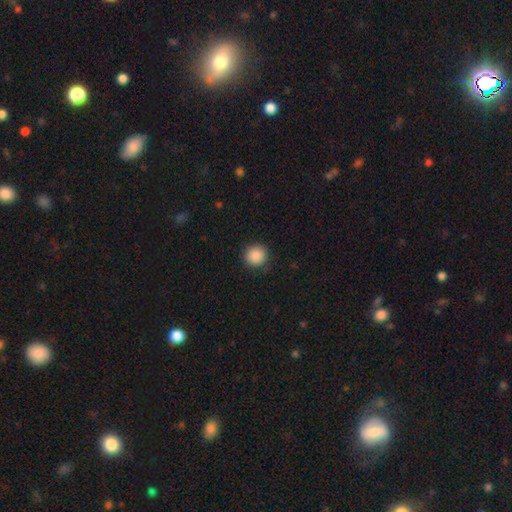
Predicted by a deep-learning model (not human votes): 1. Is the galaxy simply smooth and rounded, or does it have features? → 89% smooth, 9% star or artifact, 2% featured or disk.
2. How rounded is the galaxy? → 93% round, 6% in between, 1% cigar-shaped.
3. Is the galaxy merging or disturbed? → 90% none, 7% minor disturbance, 2% major disturbance, 1% merger.